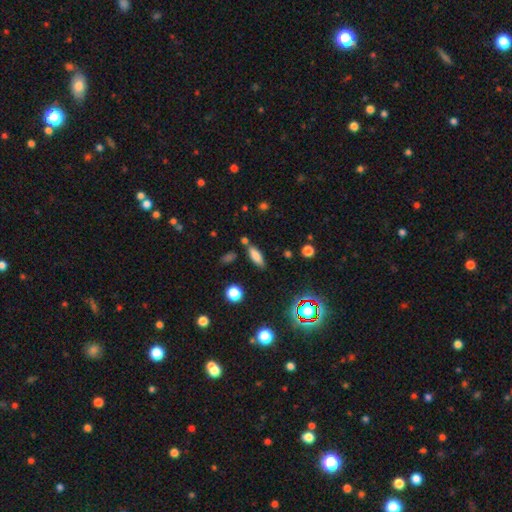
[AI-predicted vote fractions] Morphology: type=smooth (76%); roundness=in between (66%); merging=none (75%).